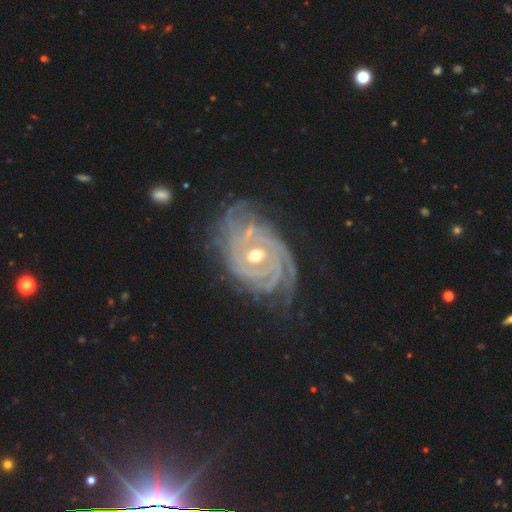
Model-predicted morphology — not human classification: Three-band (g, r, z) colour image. It shows a featured or disk galaxy (89%) with no bar (54%), tight (78%) spiral arms (96%) and a moderate central bulge (64%). Merging: none (63%).